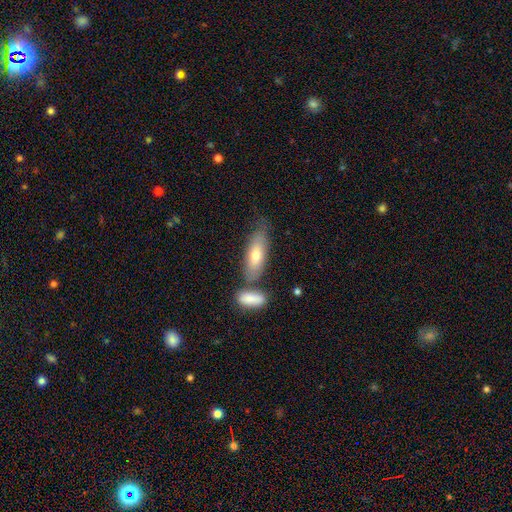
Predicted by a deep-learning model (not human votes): smooth-or-featured: smooth: 69% | featured or disk: 25% | star or artifact: 6%
  how-rounded: in between: 60% | cigar-shaped: 38% | round: 2%
  merging: none: 55% | merger: 23% | minor disturbance: 18% | major disturbance: 5%